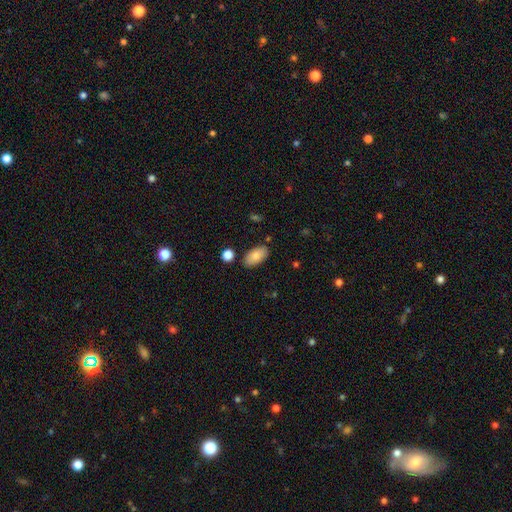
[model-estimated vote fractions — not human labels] Smooth or featured? Predicted: smooth (p=0.84). How rounded? Predicted: in between (p=0.94). Merging? Predicted: none (p=0.83).